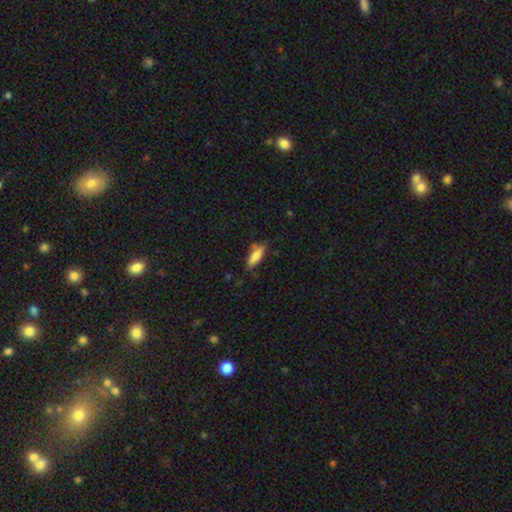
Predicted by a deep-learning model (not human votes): Q: Smooth or featured?
A: smooth (81%); runner-up: featured or disk (12%)
Q: How rounded?
A: in between (62%); runner-up: cigar-shaped (36%)
Q: Merging?
A: none (63%); runner-up: minor disturbance (25%)